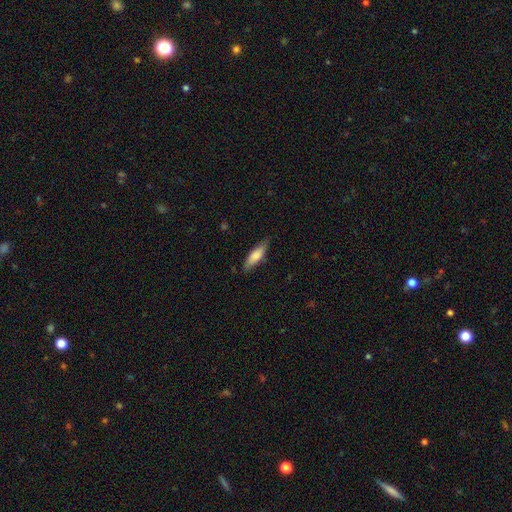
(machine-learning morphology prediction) type=smooth (72%); roundness=cigar-shaped (57%); merging=none (81%).